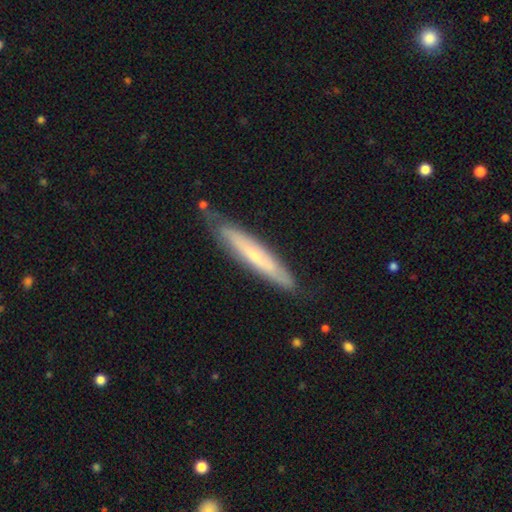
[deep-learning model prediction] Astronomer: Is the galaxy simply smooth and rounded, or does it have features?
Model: featured or disk — 52% (runner-up: smooth, 42%).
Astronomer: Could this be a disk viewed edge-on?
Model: yes — 74%.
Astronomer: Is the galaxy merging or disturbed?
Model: none — 76%.